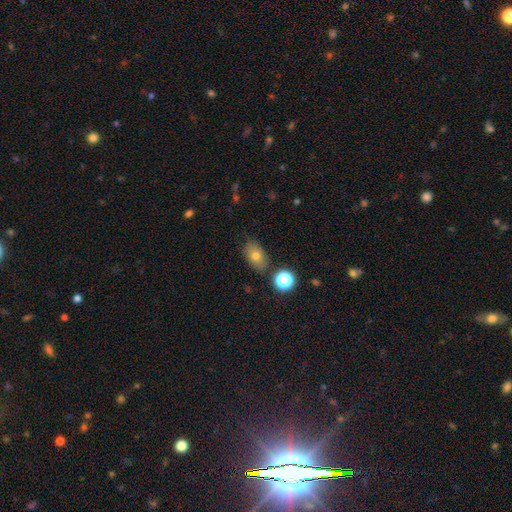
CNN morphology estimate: The model was most divided on "smooth or featured": smooth: 73%, featured or disk: 15%, star or artifact: 12%. More confident: how rounded — in between (82%); merging — none (80%).